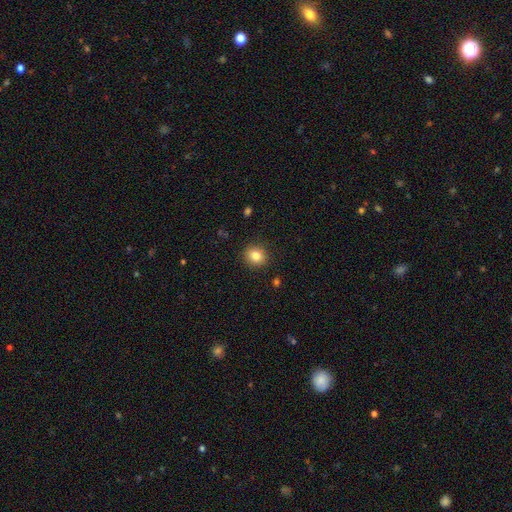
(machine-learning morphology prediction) The model was most divided on "how rounded": round: 76%, in between: 23%, cigar-shaped: 1%. More confident: merging — none (89%); smooth or featured — smooth (84%).